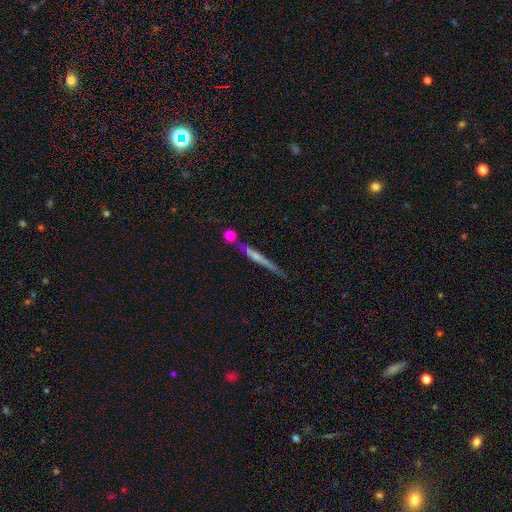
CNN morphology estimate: featured or disk 59%, smooth 32%, star or artifact 9%. Down the decision tree: edge-on disk — yes (96%); edge-on bulge — none (51%); merging — none (76%).